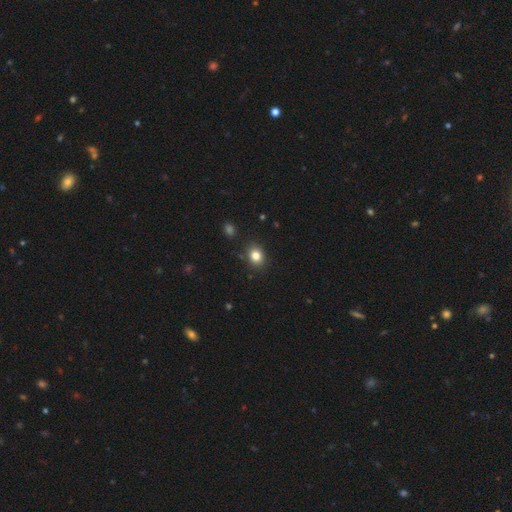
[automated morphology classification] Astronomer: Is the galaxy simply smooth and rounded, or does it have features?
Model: smooth — 82%.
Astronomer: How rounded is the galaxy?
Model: round — 53% (runner-up: in between, 46%).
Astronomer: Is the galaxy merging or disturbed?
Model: none — 86%.